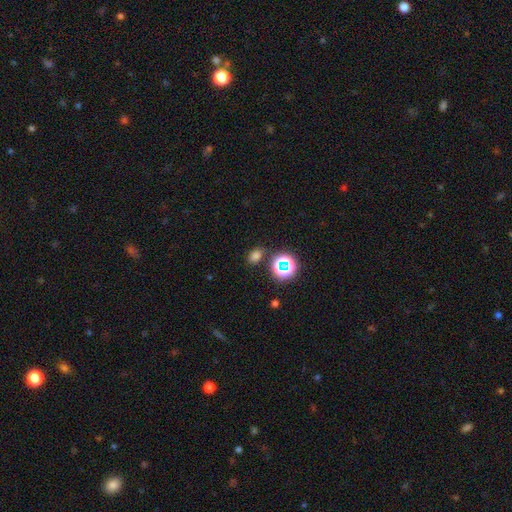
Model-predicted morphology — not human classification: Smooth or featured? smooth (67%)
How rounded? in between (64%)
Merging? none (77%)